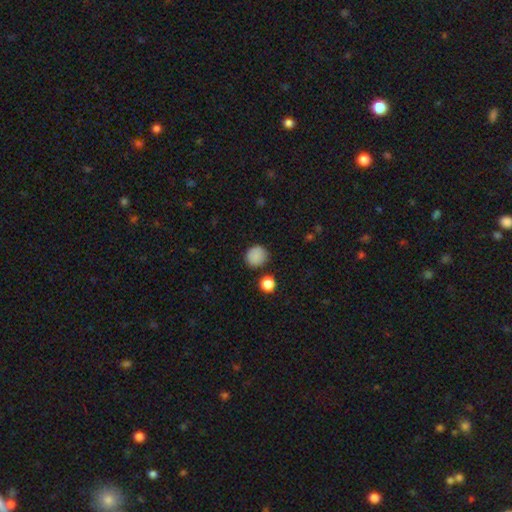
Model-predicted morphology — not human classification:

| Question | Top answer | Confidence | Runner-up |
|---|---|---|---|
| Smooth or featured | smooth | 86% | star or artifact (10%) |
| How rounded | round | 87% | in between (12%) |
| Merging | none | 84% | minor disturbance (10%) |